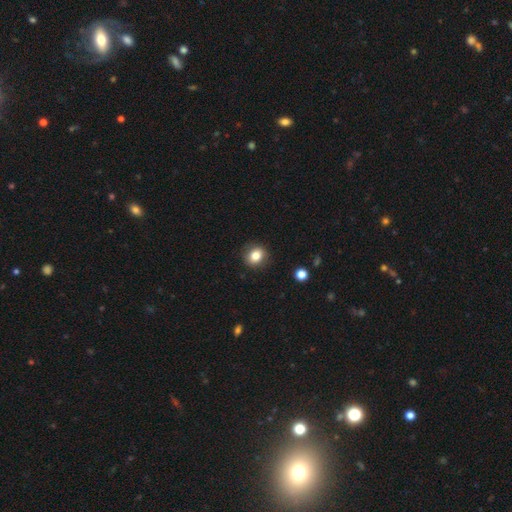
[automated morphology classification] Overall: smooth (82%). How rounded: round (75%). Merging: none (87%).